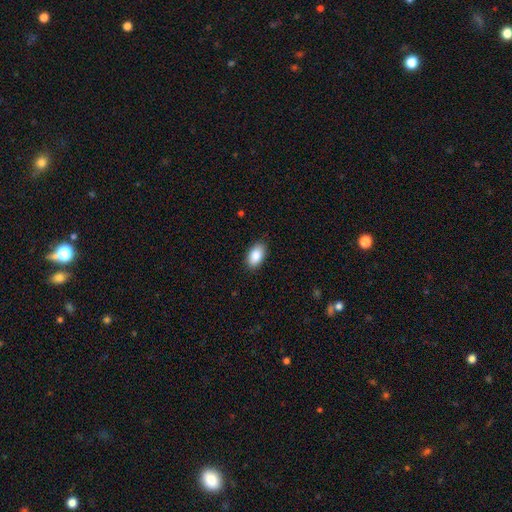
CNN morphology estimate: smooth-or-featured: smooth: 88% | star or artifact: 7% | featured or disk: 5%
  how-rounded: in between: 94% | round: 4% | cigar-shaped: 2%
  merging: none: 87% | minor disturbance: 10% | major disturbance: 2% | merger: 1%